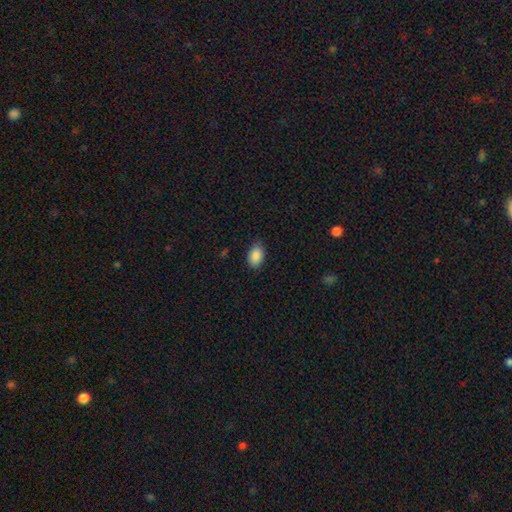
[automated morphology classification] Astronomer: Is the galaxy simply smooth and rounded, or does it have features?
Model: smooth — 88%.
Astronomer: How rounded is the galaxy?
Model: in between — 88%.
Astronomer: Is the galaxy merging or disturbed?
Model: none — 83%.